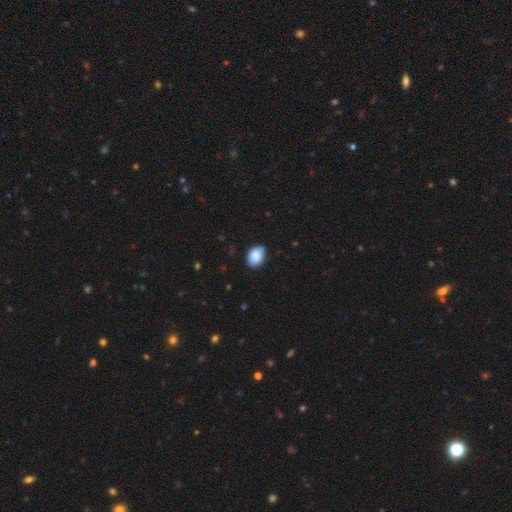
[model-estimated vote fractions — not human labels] This appears to be a smooth galaxy with no disk features (88%) that is in between round and cigar-shaped (85%). Merging: none (82%).